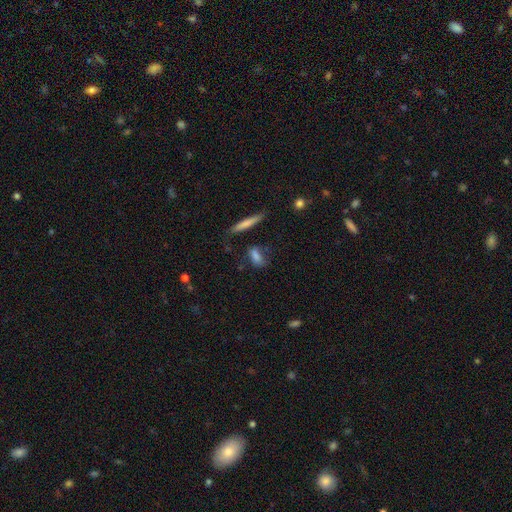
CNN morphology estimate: Smooth or featured? smooth (75%)
How rounded? in between (63%)
Merging? none (62%)